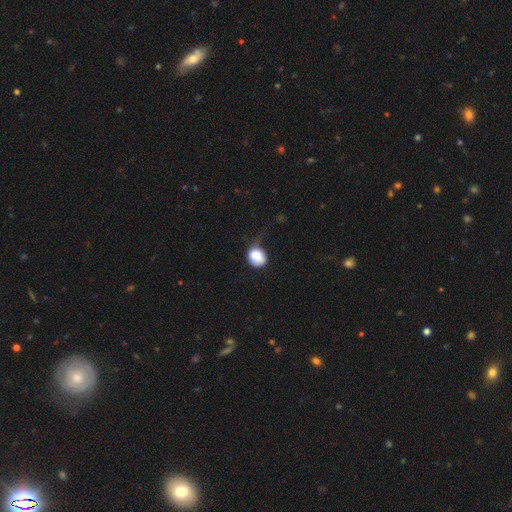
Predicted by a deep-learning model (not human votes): Smooth or featured? smooth (79%)
How rounded? round (66%)
Merging? minor disturbance (40%)